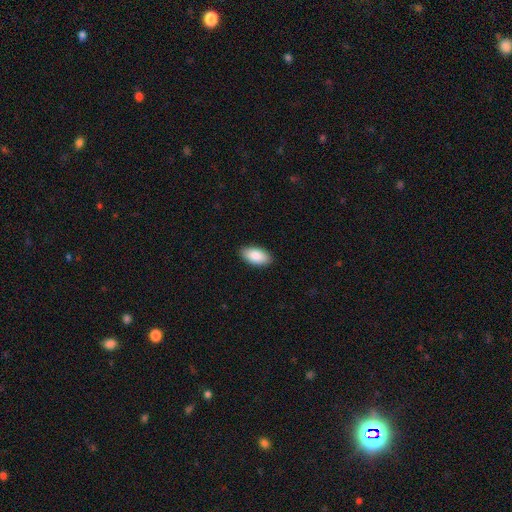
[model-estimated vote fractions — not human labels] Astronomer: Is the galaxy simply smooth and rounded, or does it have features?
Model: smooth — 88%.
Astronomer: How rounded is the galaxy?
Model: in between — 94%.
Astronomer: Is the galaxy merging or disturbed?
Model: none — 89%.